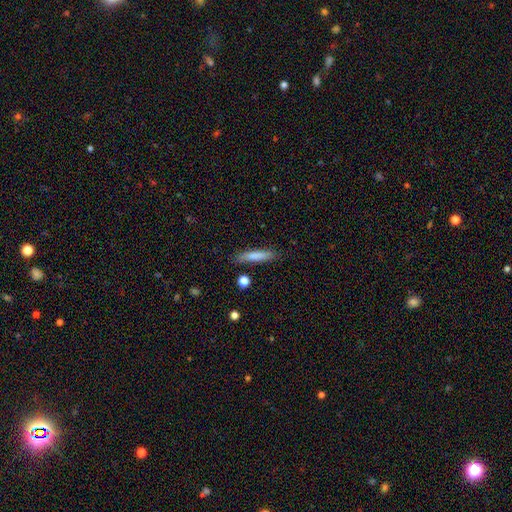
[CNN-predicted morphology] Overall: smooth (78%). How rounded: cigar-shaped (87%). Merging: none (83%).